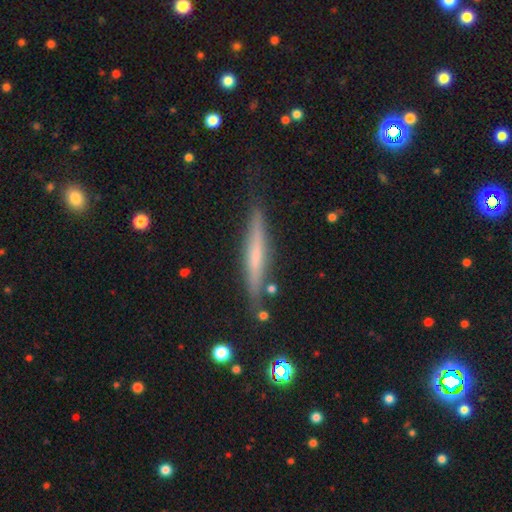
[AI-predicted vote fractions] Smooth or featured? Predicted: featured or disk (p=0.50). Edge-on disk? Predicted: yes (p=0.95). Merging? Predicted: none (p=0.82).